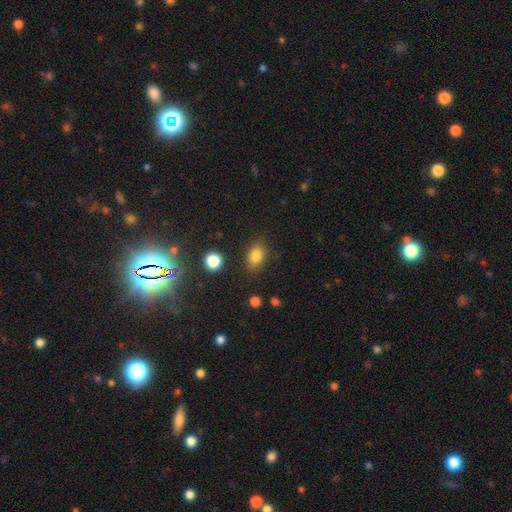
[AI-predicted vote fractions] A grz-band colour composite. It shows a smooth galaxy with no disk features (82%) that is in between round and cigar-shaped (75%). Merging: none (83%).